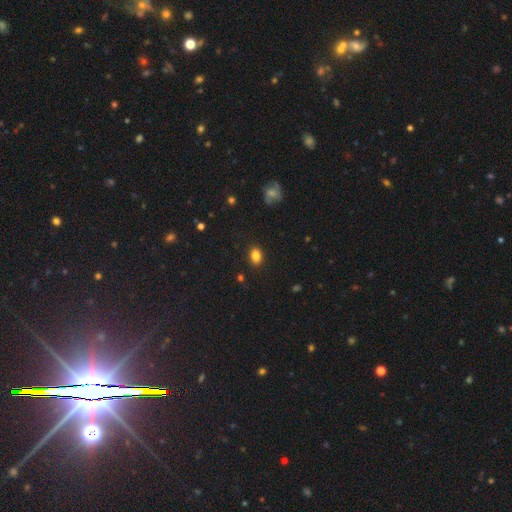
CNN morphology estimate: Smooth or featured? Predicted: smooth (p=0.84). How rounded? Predicted: in between (p=0.74). Merging? Predicted: none (p=0.88).